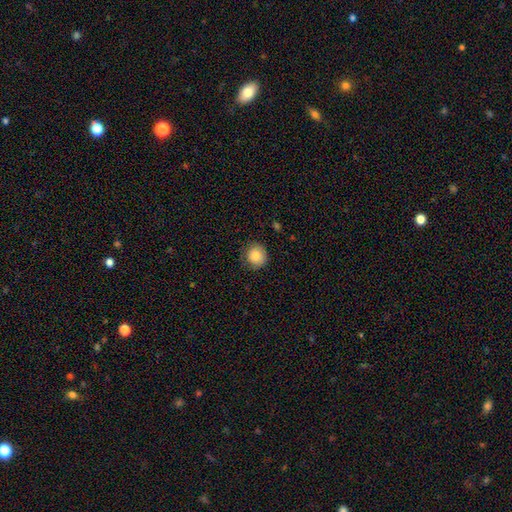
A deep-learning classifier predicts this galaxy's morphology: Q: Smooth or featured?
A: smooth (85%); runner-up: star or artifact (8%)
Q: How rounded?
A: round (88%); runner-up: in between (11%)
Q: Merging?
A: none (79%); runner-up: minor disturbance (16%)